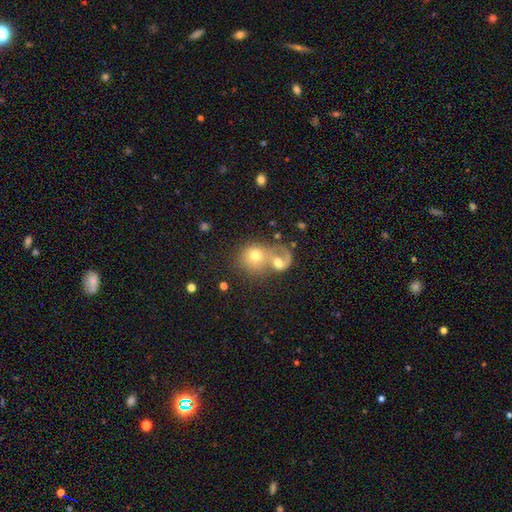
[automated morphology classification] Q: Smooth or featured?
A: smooth (61%); runner-up: featured or disk (29%)
Q: How rounded?
A: round (74%); runner-up: in between (25%)
Q: Merging?
A: merger (69%); runner-up: none (19%)